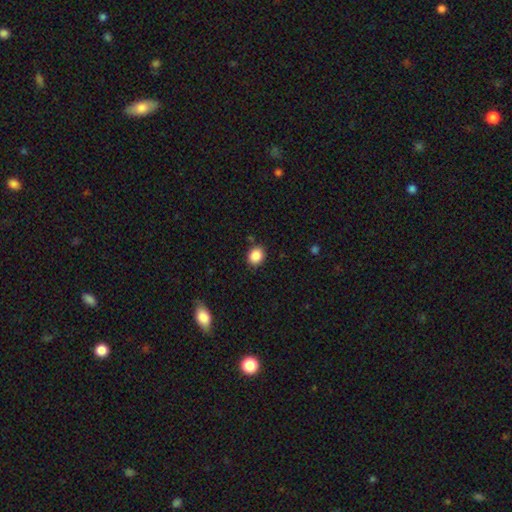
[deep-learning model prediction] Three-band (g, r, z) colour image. It shows a smooth galaxy with no disk features (88%) that is round (57%). Merging: none (85%).